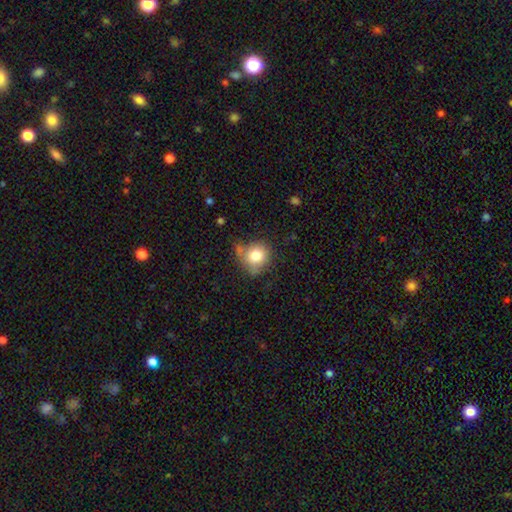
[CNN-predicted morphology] Smooth or featured? smooth (79%)
How rounded? round (82%)
Merging? none (56%)